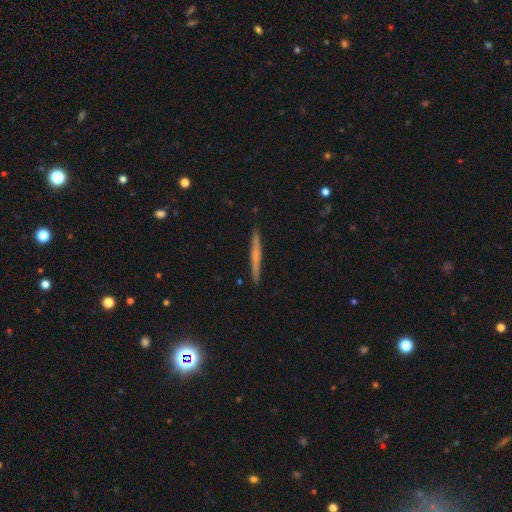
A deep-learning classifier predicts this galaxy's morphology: The model was most divided on "smooth or featured": featured or disk: 47%, smooth: 45%, star or artifact: 7%. More confident: merging — none (92%).